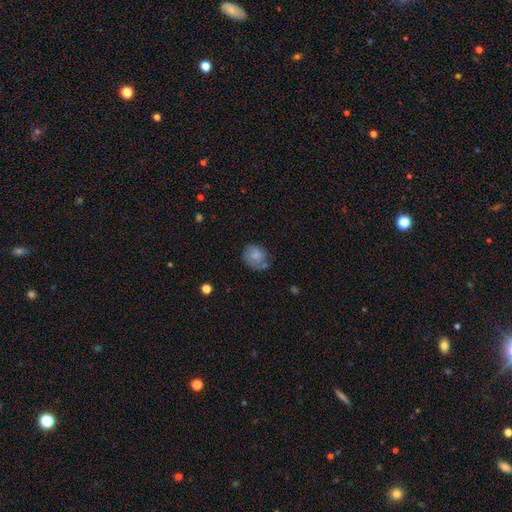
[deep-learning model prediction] This is likely a smooth galaxy (68%). How rounded: possibly round (60%). Merging: possibly none (54%).